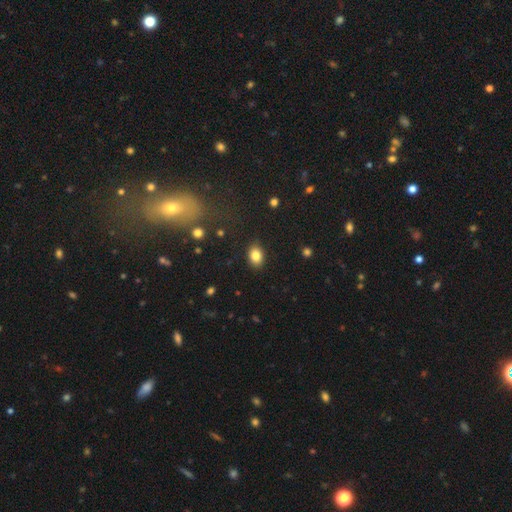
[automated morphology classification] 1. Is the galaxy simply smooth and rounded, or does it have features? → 84% smooth, 9% star or artifact, 7% featured or disk.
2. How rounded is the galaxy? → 78% in between, 21% round, 1% cigar-shaped.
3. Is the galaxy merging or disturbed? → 87% none, 9% minor disturbance, 2% major disturbance, 1% merger.